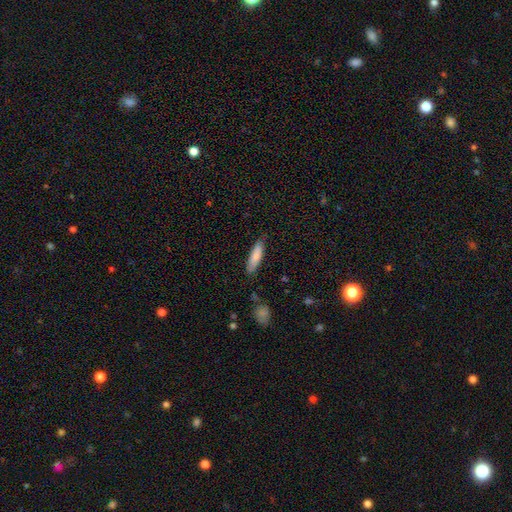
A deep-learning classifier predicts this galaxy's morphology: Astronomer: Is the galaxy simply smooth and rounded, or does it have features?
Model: smooth — 81%.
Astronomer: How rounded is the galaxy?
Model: cigar-shaped — 65%.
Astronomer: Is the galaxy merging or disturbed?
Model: none — 82%.